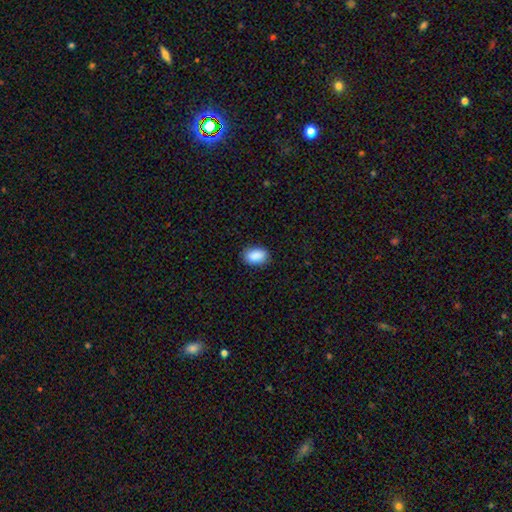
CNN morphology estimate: Smooth or featured?
  - smooth: 90% *
  - star or artifact: 7%
  - featured or disk: 3%
How rounded?
  - in between: 89% *
  - round: 10%
  - cigar-shaped: 1%
Merging?
  - none: 86% *
  - minor disturbance: 11%
  - major disturbance: 2%
  - merger: 1%